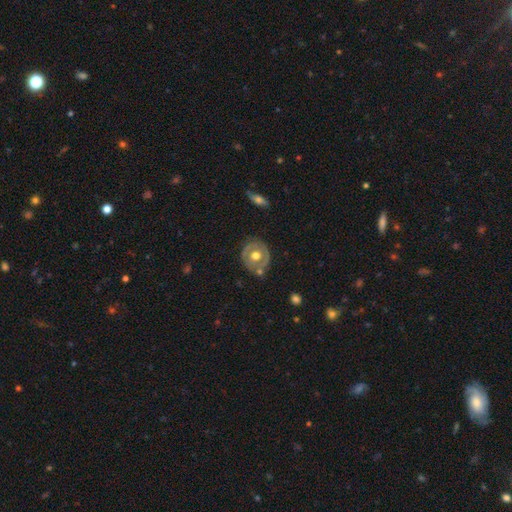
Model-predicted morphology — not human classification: Smooth or featured? Predicted: featured or disk (p=0.56). Edge-on disk? Predicted: no (p=0.94). Bar? Predicted: no (p=0.85). Spiral arms? Predicted: no (p=0.74). Bulge size? Predicted: moderate (p=0.73). Merging? Predicted: none (p=0.71).